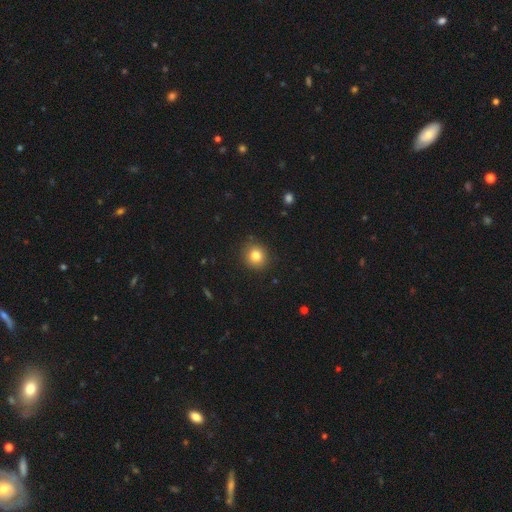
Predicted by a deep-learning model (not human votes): smooth 81%, star or artifact 12%, featured or disk 7%. Down the decision tree: how rounded — round (89%); merging — none (90%).